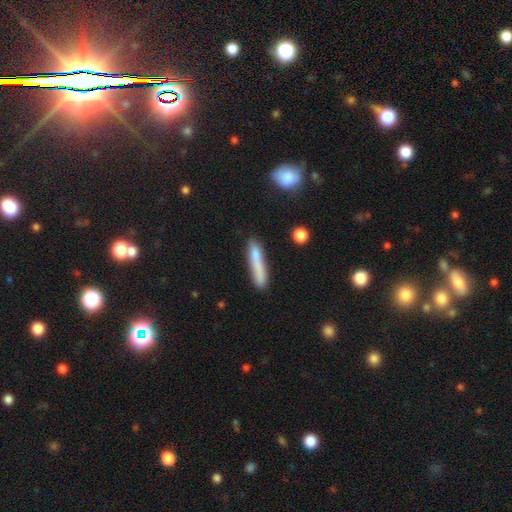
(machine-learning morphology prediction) The model was most divided on "merging": none: 73%, minor disturbance: 17%, merger: 5%, major disturbance: 4%. More confident: how rounded — cigar-shaped (92%); smooth or featured — smooth (75%).